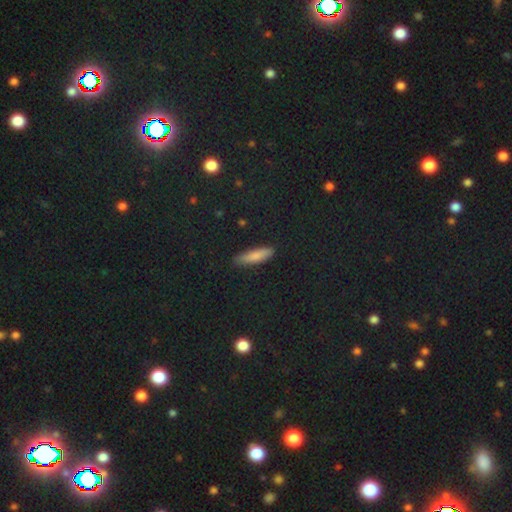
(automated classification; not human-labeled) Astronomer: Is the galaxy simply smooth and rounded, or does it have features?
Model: smooth — 80%.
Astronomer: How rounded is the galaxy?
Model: cigar-shaped — 64%.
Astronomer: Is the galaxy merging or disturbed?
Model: none — 86%.